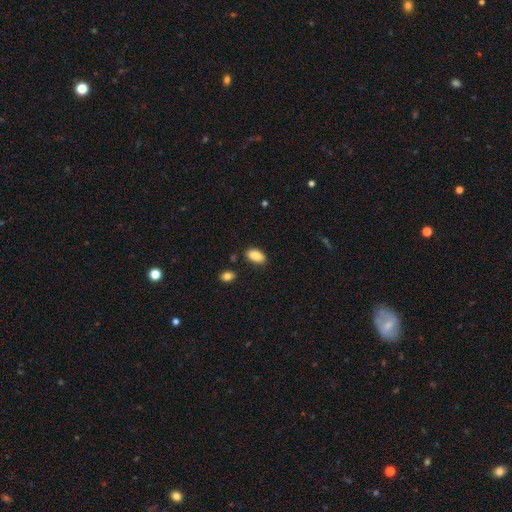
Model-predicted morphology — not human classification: The model was most divided on "merging": none: 83%, minor disturbance: 11%, merger: 3%, major disturbance: 3%. More confident: how rounded — in between (93%); smooth or featured — smooth (87%).